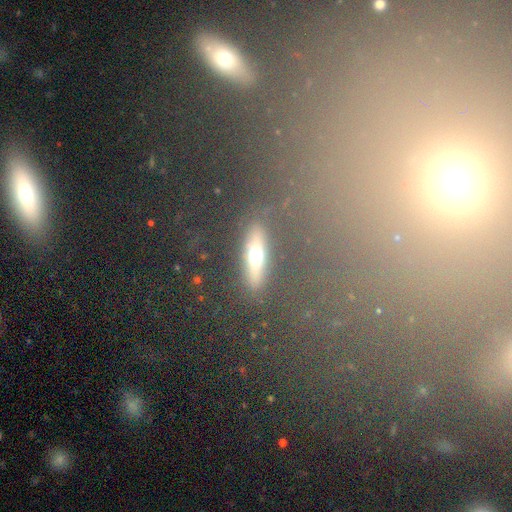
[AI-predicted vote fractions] Smooth or featured? Predicted: smooth (p=0.47). Merging? Predicted: none (p=0.83).